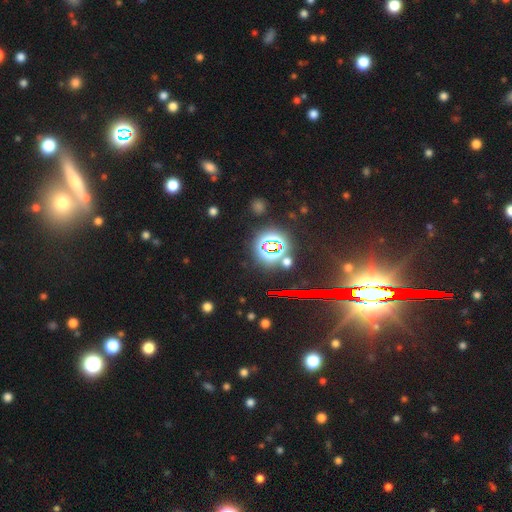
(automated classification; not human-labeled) Smooth or featured? star or artifact (79%)